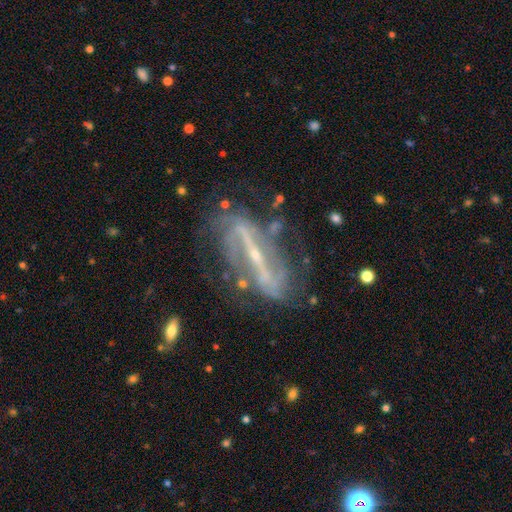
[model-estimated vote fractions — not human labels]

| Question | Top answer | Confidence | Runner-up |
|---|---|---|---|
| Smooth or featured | featured or disk | 85% | star or artifact (7%) |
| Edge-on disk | no | 75% | yes (25%) |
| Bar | strong | 77% | weak (14%) |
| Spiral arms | yes | 81% | no (19%) |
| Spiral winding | medium | 35% | loose (34%) |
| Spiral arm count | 2 | 71% | can't tell (18%) |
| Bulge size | small | 78% | moderate (16%) |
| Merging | none | 66% | minor disturbance (19%) |